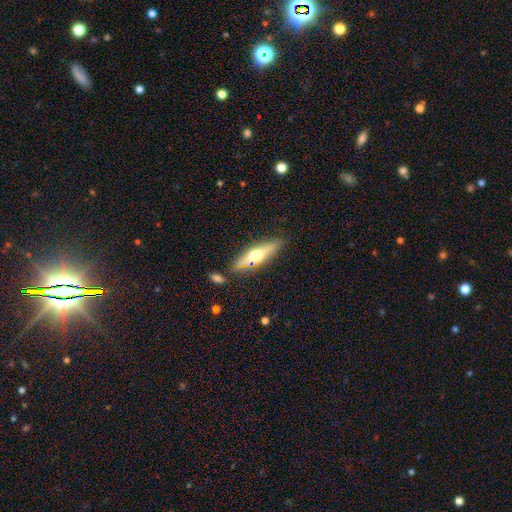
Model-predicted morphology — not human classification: smooth-or-featured: featured or disk: 54% | smooth: 39% | star or artifact: 7%
  disk-edge-on: yes: 89% | no: 11%
  merging: none: 80% | minor disturbance: 12% | merger: 5% | major disturbance: 3%